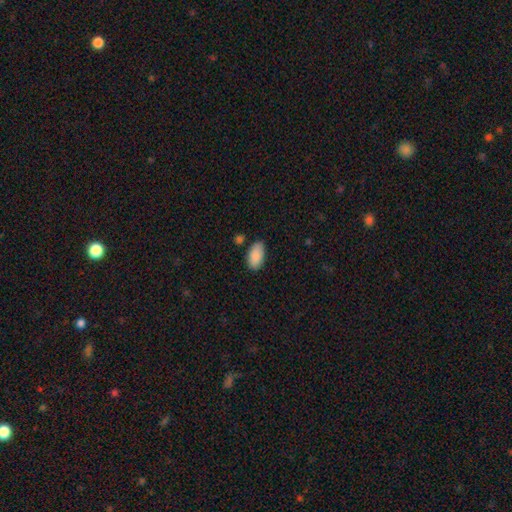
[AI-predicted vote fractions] Smooth or featured?
  - smooth: 89% *
  - star or artifact: 6%
  - featured or disk: 4%
How rounded?
  - in between: 95% *
  - round: 3%
  - cigar-shaped: 2%
Merging?
  - none: 80% *
  - minor disturbance: 13%
  - merger: 3%
  - major disturbance: 3%